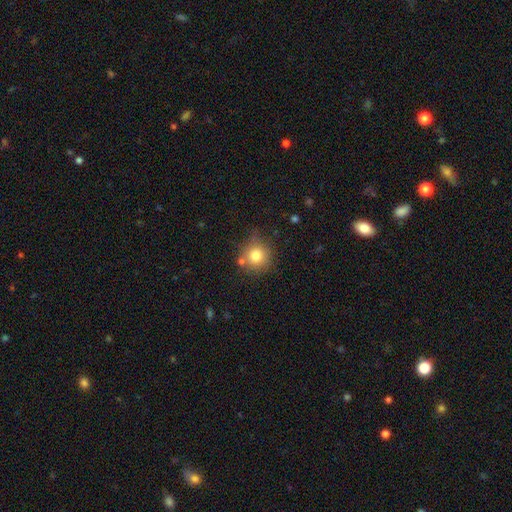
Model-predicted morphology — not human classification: Smooth or featured? smooth (78%)
How rounded? round (91%)
Merging? none (70%)